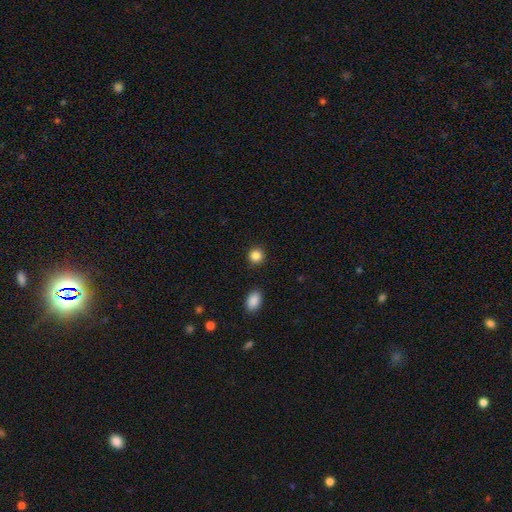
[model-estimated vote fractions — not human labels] Smooth or featured? smooth (87%)
How rounded? round (89%)
Merging? none (89%)